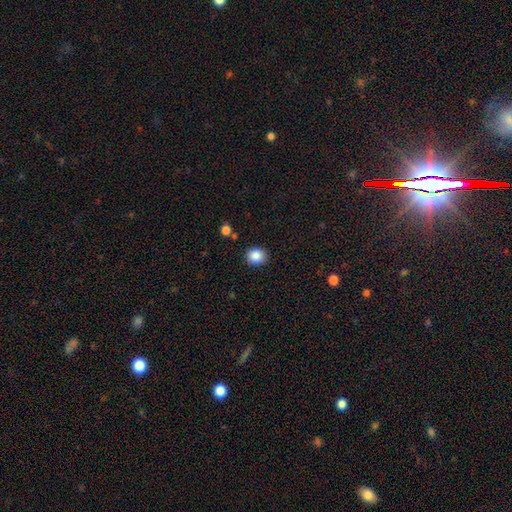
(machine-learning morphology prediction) The model was most divided on "how rounded": round: 72%, in between: 27%, cigar-shaped: 1%. More confident: merging — none (88%); smooth or featured — smooth (86%).